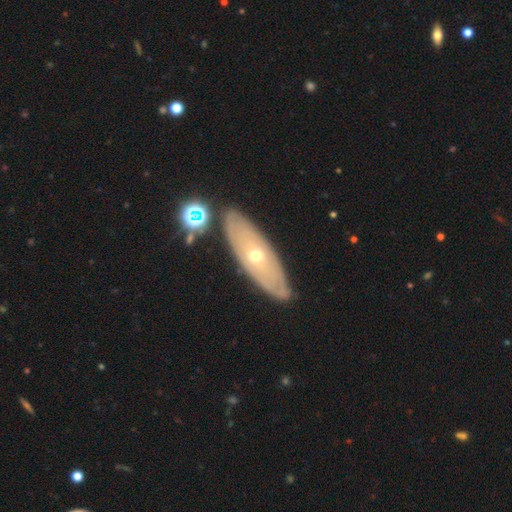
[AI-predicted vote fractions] This appears to be a featured or disk galaxy (63%). Merging: none (84%).